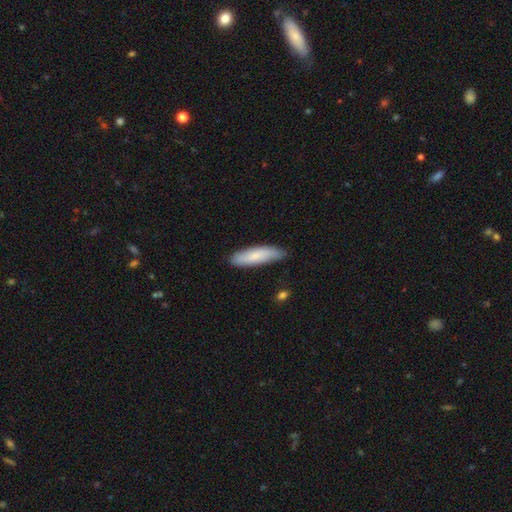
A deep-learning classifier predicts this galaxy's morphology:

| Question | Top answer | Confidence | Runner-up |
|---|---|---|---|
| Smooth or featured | smooth | 78% | featured or disk (17%) |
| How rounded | cigar-shaped | 65% | in between (33%) |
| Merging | none | 80% | minor disturbance (16%) |